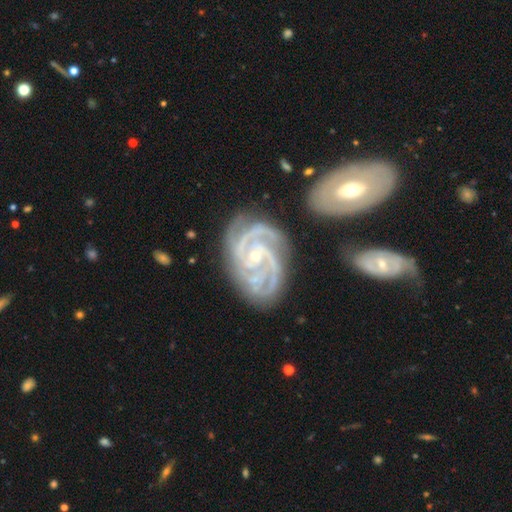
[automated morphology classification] type=featured or disk (93%); edge-on=no (98%); bar=no (60%); spiral arms=yes (99%); winding=tight (65%); arm count=3 (47%); bulge=small (74%); merging=none (65%).